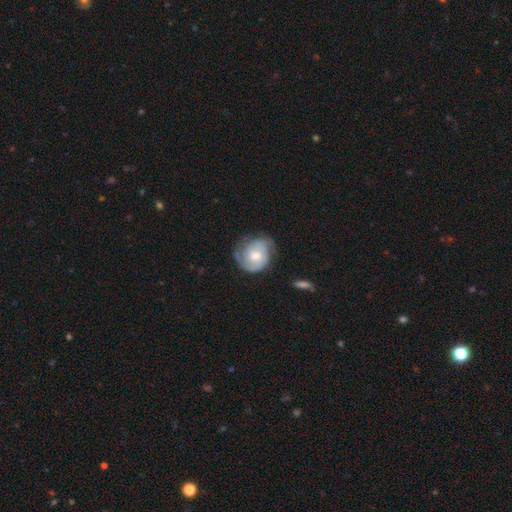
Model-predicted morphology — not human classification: Smooth or featured? Predicted: featured or disk (p=0.65). Edge-on disk? Predicted: no (p=0.97). Bar? Predicted: no (p=0.65). Spiral arms? Predicted: yes (p=0.88). Spiral winding? Predicted: tight (p=0.53). Spiral arm count? Predicted: 2 (p=0.53). Bulge size? Predicted: moderate (p=0.59). Merging? Predicted: none (p=0.61).